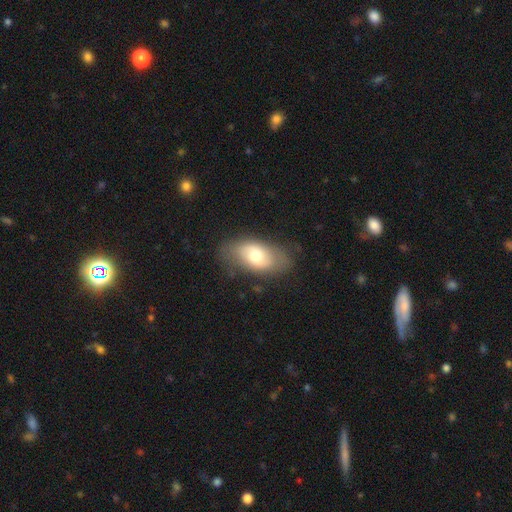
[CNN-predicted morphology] smooth-or-featured: smooth: 62% | featured or disk: 32% | star or artifact: 7%
  how-rounded: in between: 91% | round: 6% | cigar-shaped: 3%
  merging: none: 73% | minor disturbance: 19% | major disturbance: 6% | merger: 1%